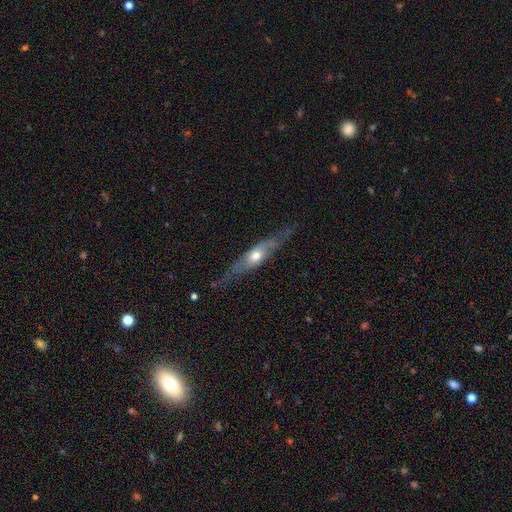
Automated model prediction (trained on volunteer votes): This is likely a featured or disk galaxy (61%). It is likely viewed edge-on (73%). Merging: likely none (70%).